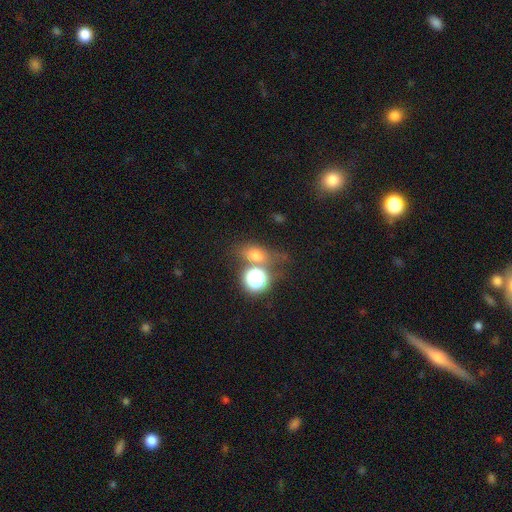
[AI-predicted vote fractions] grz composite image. It shows a smooth galaxy with no disk features (64%) that is in between round and cigar-shaped (54%). Merging: none (59%).